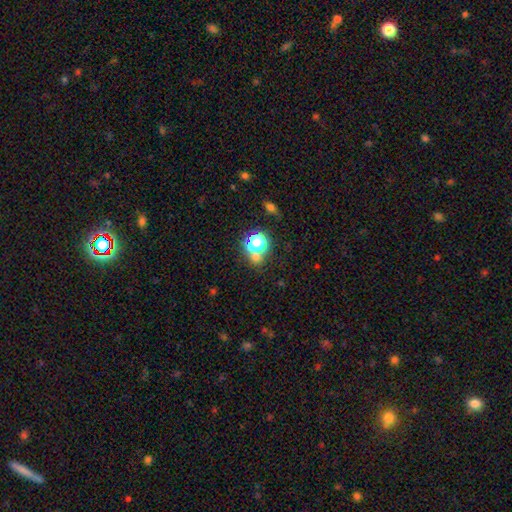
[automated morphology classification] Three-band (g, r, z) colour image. It shows a smooth galaxy with no disk features (55%) that is round (81%). Merging: none (61%).